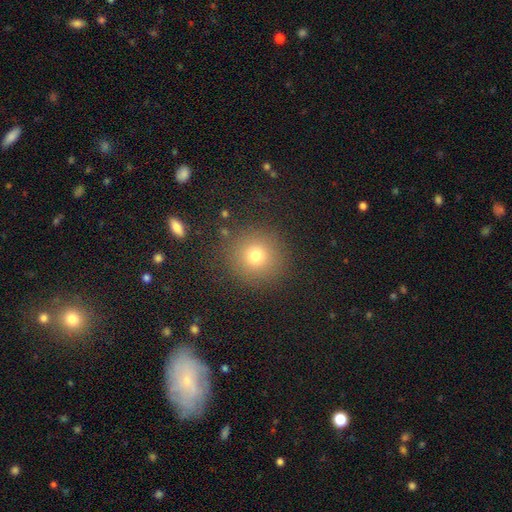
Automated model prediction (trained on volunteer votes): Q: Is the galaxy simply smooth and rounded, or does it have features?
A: smooth — 74%.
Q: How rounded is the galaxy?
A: round — 93%.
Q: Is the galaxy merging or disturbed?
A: none — 88%.